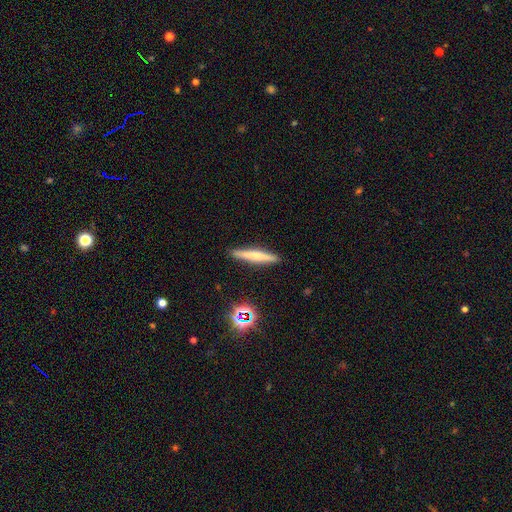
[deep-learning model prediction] Q: Smooth or featured?
A: smooth (53%); runner-up: featured or disk (37%)
Q: How rounded?
A: cigar-shaped (93%); runner-up: in between (6%)
Q: Merging?
A: none (89%); runner-up: minor disturbance (8%)